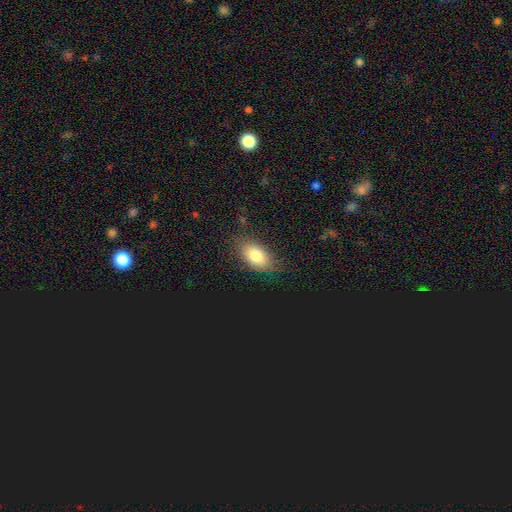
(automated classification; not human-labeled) Smooth or featured? Predicted: smooth (p=0.79). How rounded? Predicted: in between (p=0.89). Merging? Predicted: none (p=0.78).